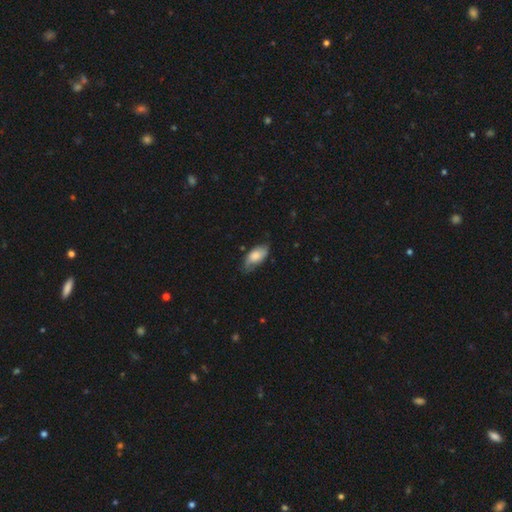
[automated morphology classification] Smooth or featured? smooth (66%)
How rounded? in between (90%)
Merging? none (63%)